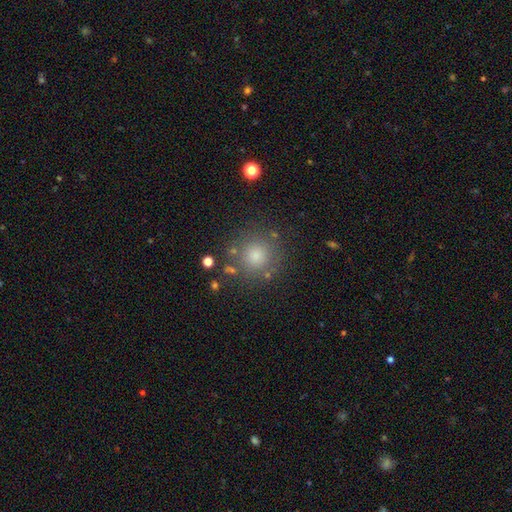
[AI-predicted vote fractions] Smooth or featured?
  - smooth: 78% *
  - star or artifact: 14%
  - featured or disk: 8%
How rounded?
  - round: 94% *
  - in between: 5%
  - cigar-shaped: 1%
Merging?
  - none: 82% *
  - minor disturbance: 10%
  - major disturbance: 5%
  - merger: 4%